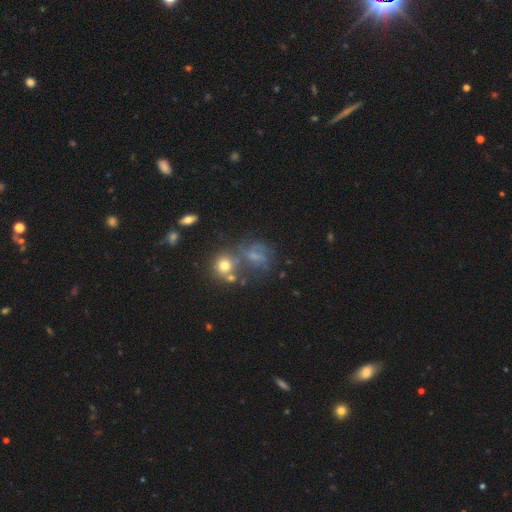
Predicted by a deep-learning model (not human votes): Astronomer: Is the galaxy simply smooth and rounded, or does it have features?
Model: featured or disk — 46% (runner-up: smooth, 35%).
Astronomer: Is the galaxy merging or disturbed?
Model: none — 45%.